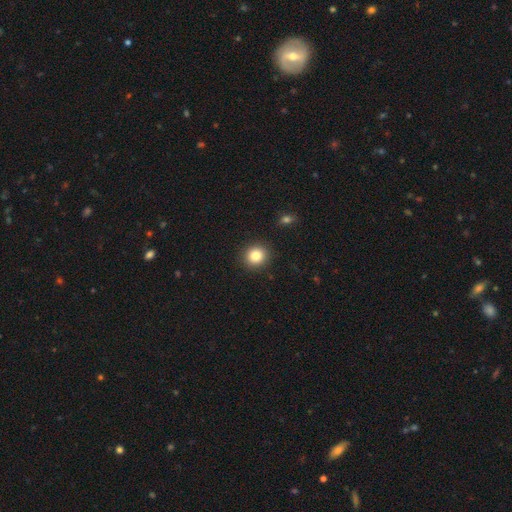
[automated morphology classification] Smooth or featured?
  - smooth: 84% *
  - star or artifact: 10%
  - featured or disk: 6%
How rounded?
  - round: 87% *
  - in between: 12%
  - cigar-shaped: 1%
Merging?
  - none: 91% *
  - minor disturbance: 6%
  - major disturbance: 2%
  - merger: 1%